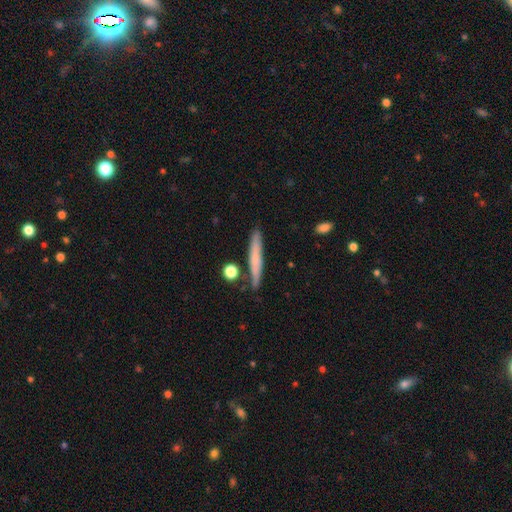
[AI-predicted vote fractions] Q: Smooth or featured?
A: smooth (60%); runner-up: featured or disk (34%)
Q: How rounded?
A: cigar-shaped (94%); runner-up: in between (4%)
Q: Merging?
A: none (82%); runner-up: minor disturbance (11%)